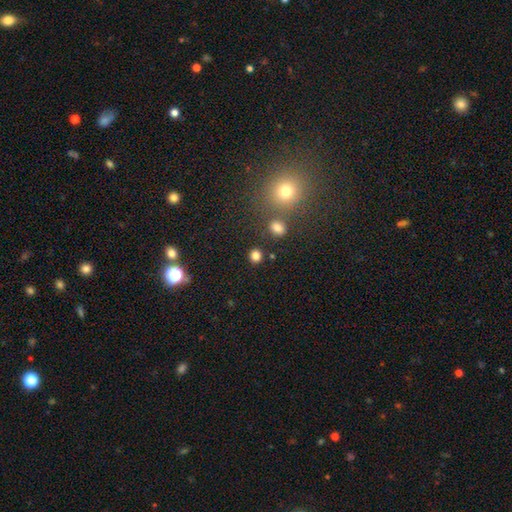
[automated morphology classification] Smooth or featured? smooth (82%)
How rounded? round (81%)
Merging? none (84%)